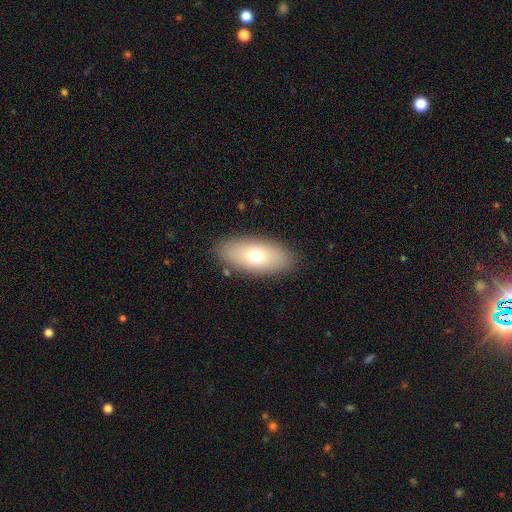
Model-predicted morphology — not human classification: This is likely a smooth galaxy (68%). How rounded: clearly in between (87%). Merging: clearly none (86%).